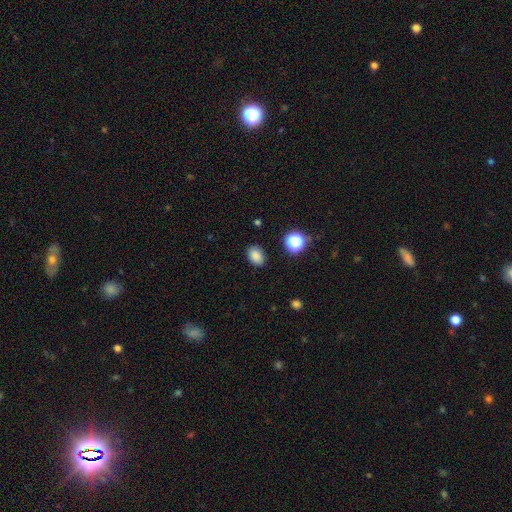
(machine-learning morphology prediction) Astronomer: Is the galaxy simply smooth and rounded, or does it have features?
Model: smooth — 83%.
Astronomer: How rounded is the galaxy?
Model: in between — 71%.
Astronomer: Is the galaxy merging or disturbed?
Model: none — 86%.